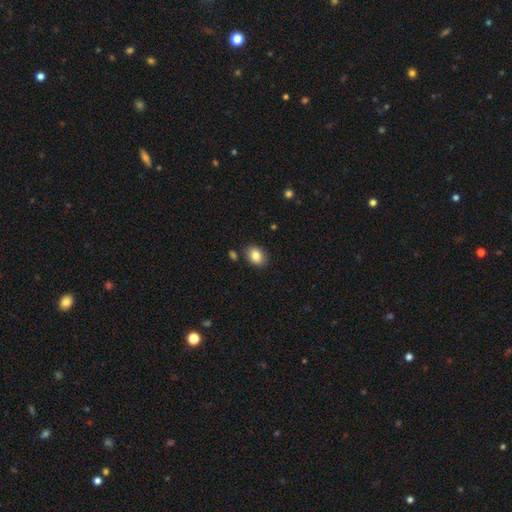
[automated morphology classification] Q: Smooth or featured?
A: smooth (84%); runner-up: star or artifact (8%)
Q: How rounded?
A: in between (73%); runner-up: round (26%)
Q: Merging?
A: none (84%); runner-up: minor disturbance (10%)